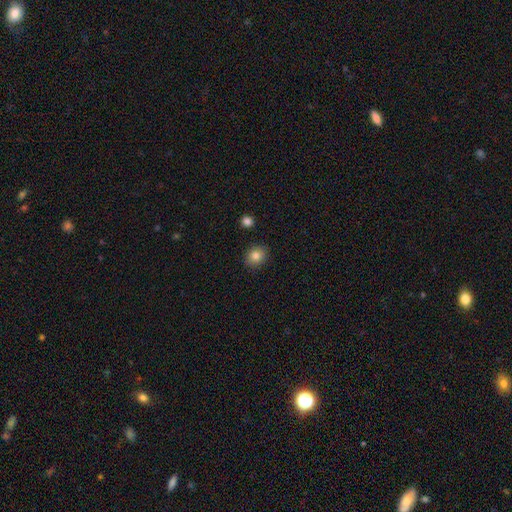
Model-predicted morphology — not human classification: The model was most divided on "how rounded": round: 65%, in between: 34%, cigar-shaped: 1%. More confident: merging — none (89%); smooth or featured — smooth (83%).